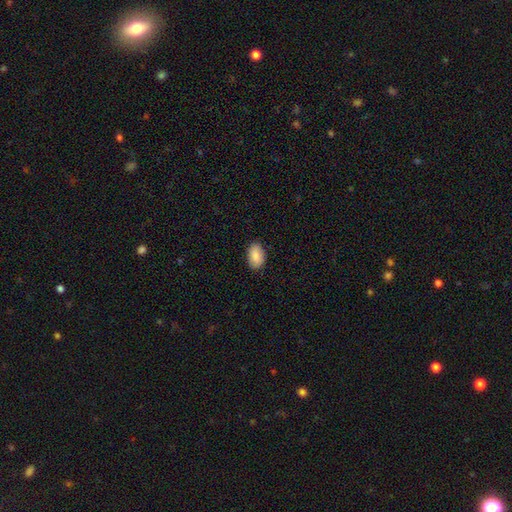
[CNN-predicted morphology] A smooth galaxy with no disk features (89%) that is in between round and cigar-shaped (92%). Merging: none (87%).